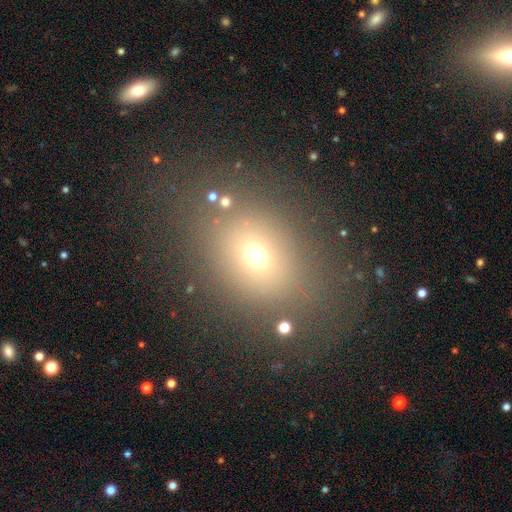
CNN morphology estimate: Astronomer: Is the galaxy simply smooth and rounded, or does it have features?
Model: smooth — 64%.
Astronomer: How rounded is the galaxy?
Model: in between — 54% (runner-up: round, 44%).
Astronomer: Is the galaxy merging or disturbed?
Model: none — 76%.